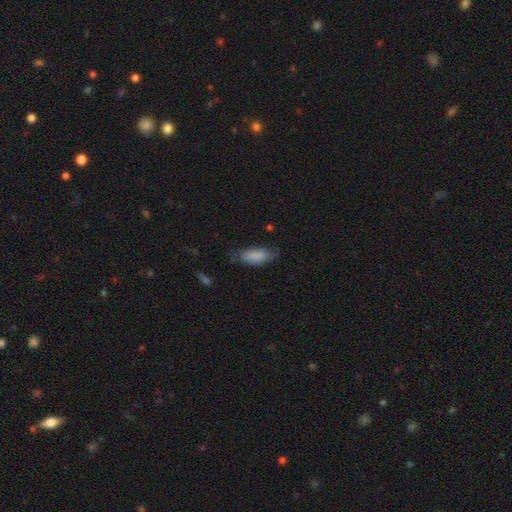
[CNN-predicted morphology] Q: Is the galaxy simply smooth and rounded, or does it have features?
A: smooth — 83%.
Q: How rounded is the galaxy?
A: in between — 84%.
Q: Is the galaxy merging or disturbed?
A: none — 63%.